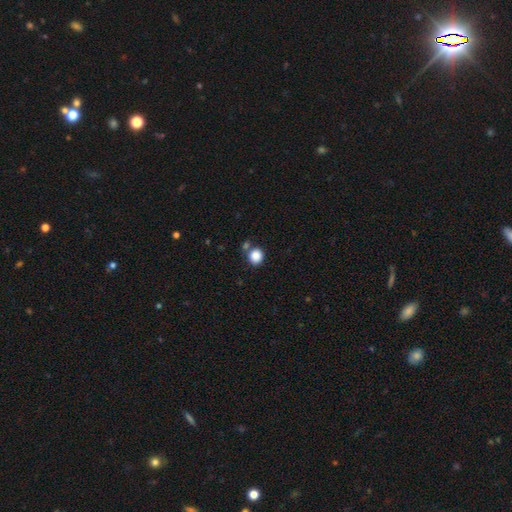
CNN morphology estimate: This appears to be a smooth galaxy with no disk features (86%) that is round (81%). Merging: none (70%).